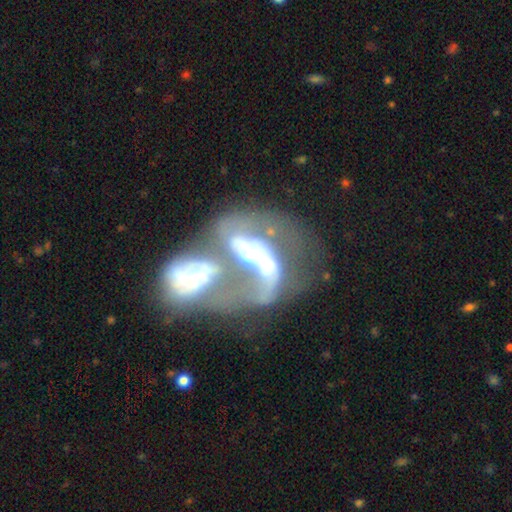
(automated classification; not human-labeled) This is likely a featured or disk galaxy (76%). It is clearly not viewed edge-on (92%). Bar: marginally no (41%). Spiral arm pattern: likely yes (65%). Central bulge: possibly moderate (46%). Merging: likely merger (73%).